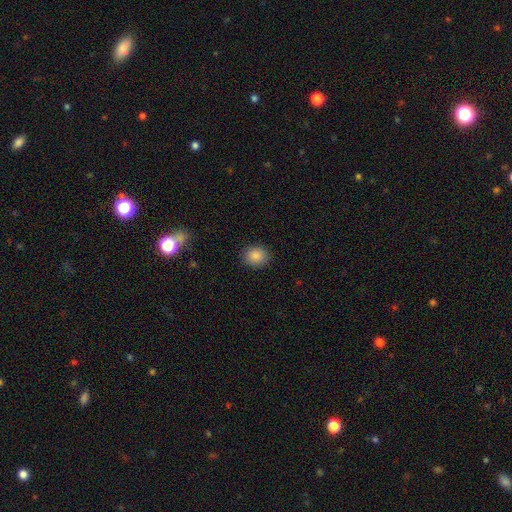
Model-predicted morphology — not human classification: A smooth galaxy with no disk features (87%) that is round (64%). Merging: none (88%).